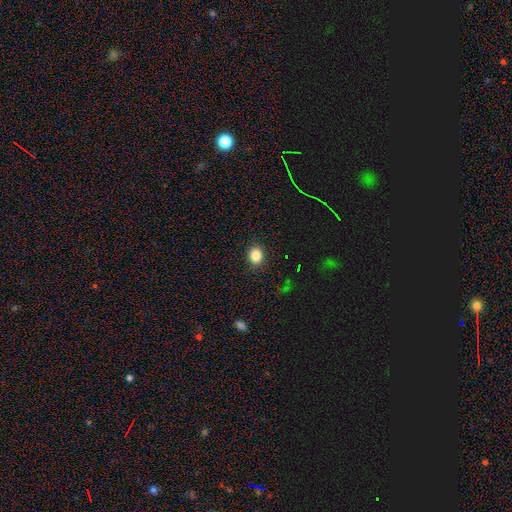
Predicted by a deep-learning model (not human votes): Q: Smooth or featured?
A: smooth (84%); runner-up: star or artifact (11%)
Q: How rounded?
A: round (58%); runner-up: in between (41%)
Q: Merging?
A: none (87%); runner-up: minor disturbance (9%)